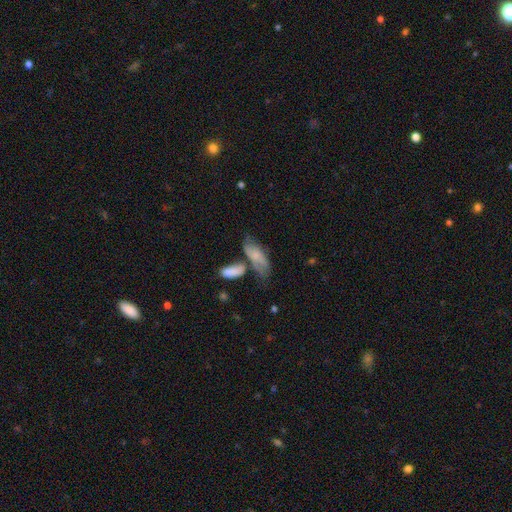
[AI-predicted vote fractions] A smooth galaxy with no disk features (62%) that is in between round and cigar-shaped (82%).

Vote fractions:
- Smooth or featured? smooth: 62% / featured or disk: 31% / star or artifact: 7%
- How rounded? in between: 82% / cigar-shaped: 14% / round: 4%
- Merging? merger: 34% / none: 31% / minor disturbance: 21% / major disturbance: 14%